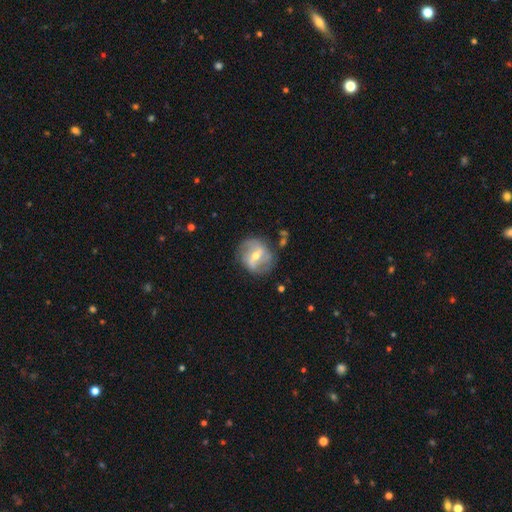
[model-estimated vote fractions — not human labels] The model was most divided on "spiral winding": medium: 42%, loose: 33%, tight: 26%. Remaining: edge-on disk — no (96%); spiral arms — yes (82%); merging — none (74%); smooth or featured — featured or disk (73%); spiral arm count — 2 (70%); bulge size — moderate (57%); bar — weak (46%).